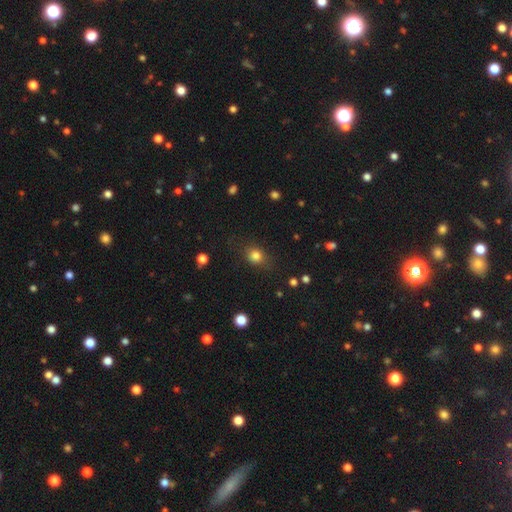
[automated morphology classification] type=smooth (81%); roundness=round (67%); merging=none (78%).